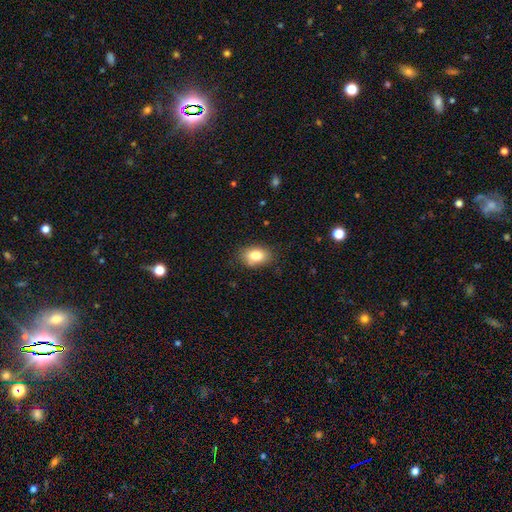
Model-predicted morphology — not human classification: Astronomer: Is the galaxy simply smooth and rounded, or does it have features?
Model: smooth — 82%.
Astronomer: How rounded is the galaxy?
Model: in between — 83%.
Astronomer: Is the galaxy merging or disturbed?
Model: none — 81%.